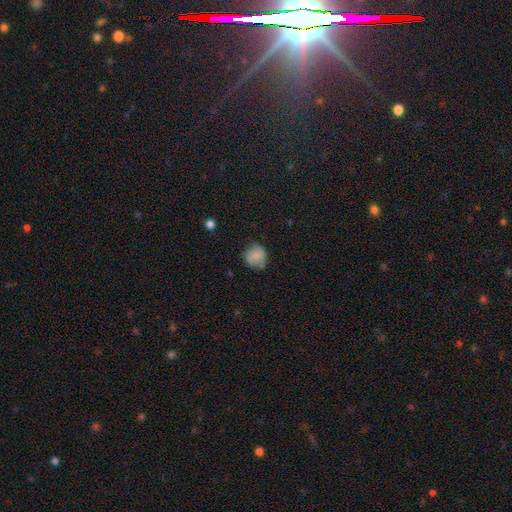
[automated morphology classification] Q: Smooth or featured?
A: smooth (71%); runner-up: featured or disk (19%)
Q: How rounded?
A: round (83%); runner-up: in between (16%)
Q: Merging?
A: none (66%); runner-up: minor disturbance (25%)